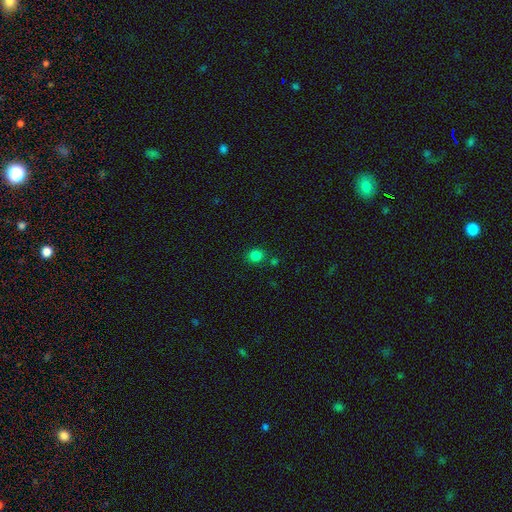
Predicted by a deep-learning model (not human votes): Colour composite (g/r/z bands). It shows a smooth galaxy with no disk features (81%) that is round (77%). Merging: none (80%).